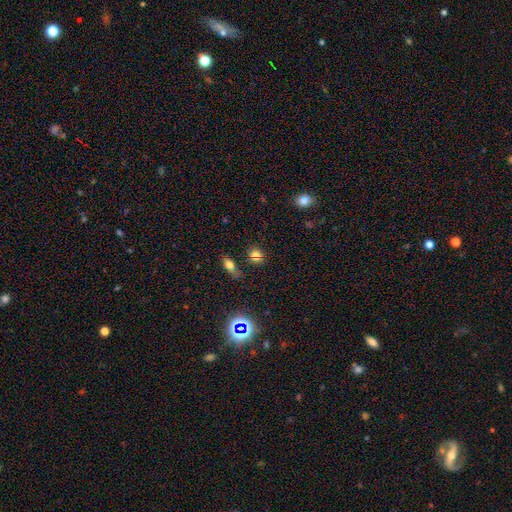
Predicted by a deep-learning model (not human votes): A smooth galaxy with no disk features (59%) that is round (68%). Merging: none (67%).